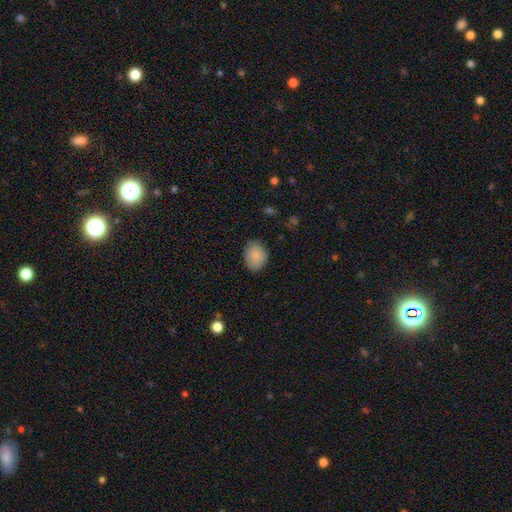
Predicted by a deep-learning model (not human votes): smooth-or-featured: smooth: 87% | star or artifact: 8% | featured or disk: 6%
  how-rounded: in between: 60% | round: 39% | cigar-shaped: 1%
  merging: none: 81% | minor disturbance: 15% | major disturbance: 3% | merger: 1%